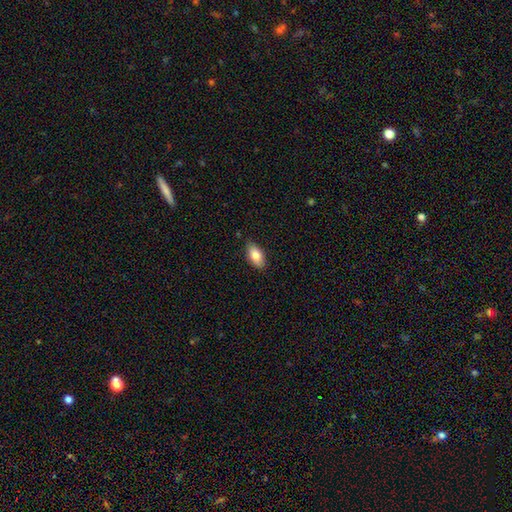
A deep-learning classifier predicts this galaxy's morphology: The model was most divided on "smooth or featured": smooth: 81%, featured or disk: 12%, star or artifact: 7%. More confident: how rounded — in between (92%); merging — none (86%).